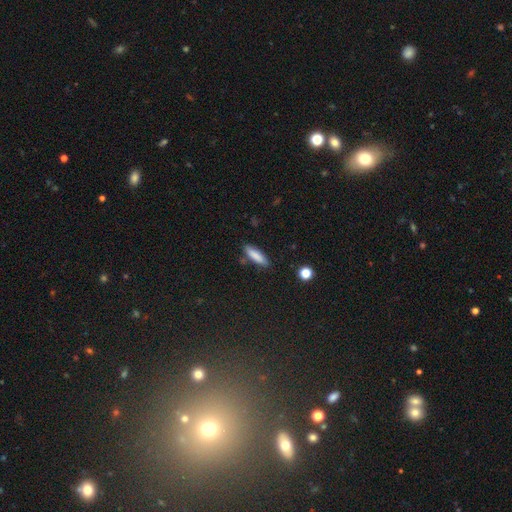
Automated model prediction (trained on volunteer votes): Smooth or featured? smooth (82%)
How rounded? cigar-shaped (67%)
Merging? none (81%)